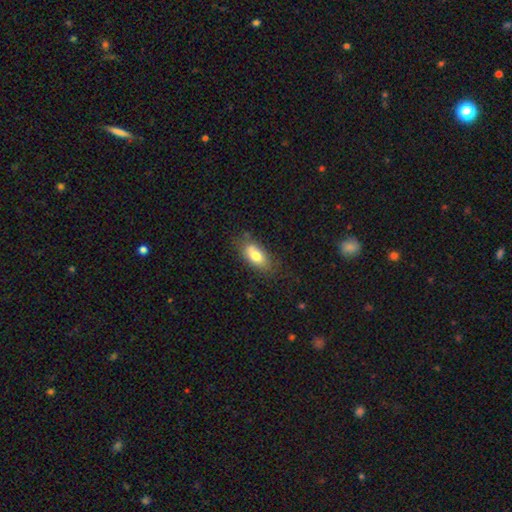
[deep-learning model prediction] Overall: smooth (72%). How rounded: in between (87%). Merging: none (66%).